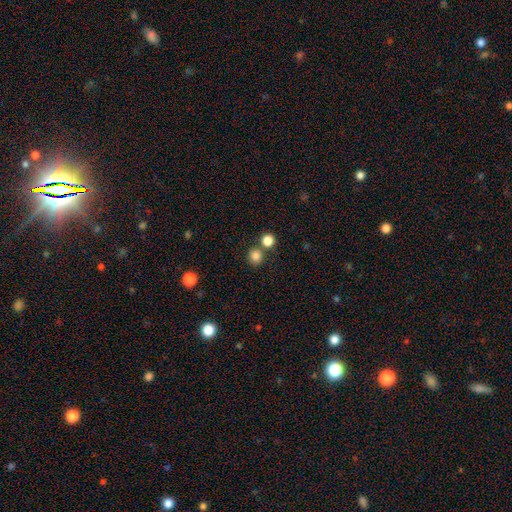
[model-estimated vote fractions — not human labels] smooth 83%, star or artifact 13%, featured or disk 4%. Down the decision tree: how rounded — round (90%); merging — none (73%).